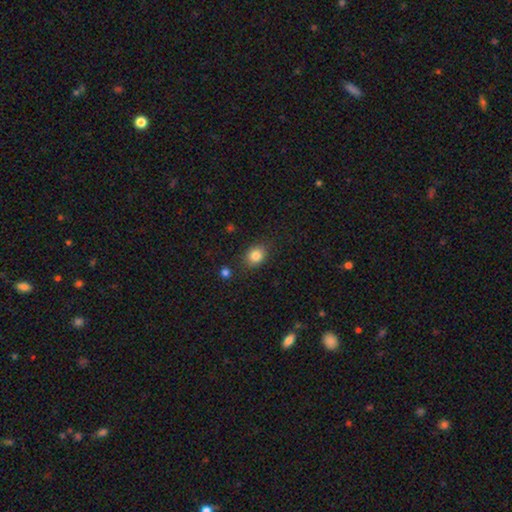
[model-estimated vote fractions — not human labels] The model was most divided on "how rounded": round: 52%, in between: 47%, cigar-shaped: 1%. More confident: smooth or featured — smooth (84%); merging — none (83%).